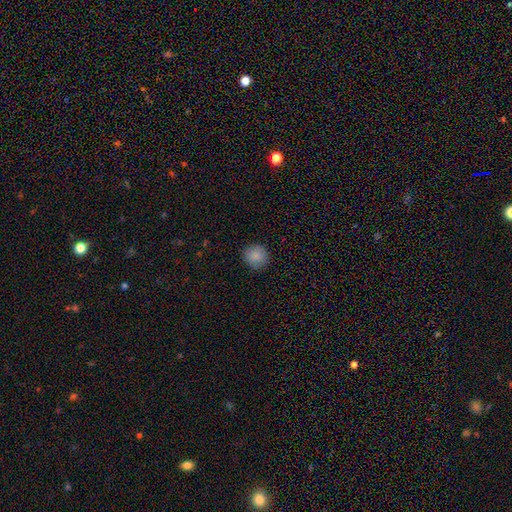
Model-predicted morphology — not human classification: A smooth galaxy with no disk features (86%) that is round (93%). Merging: none (90%).